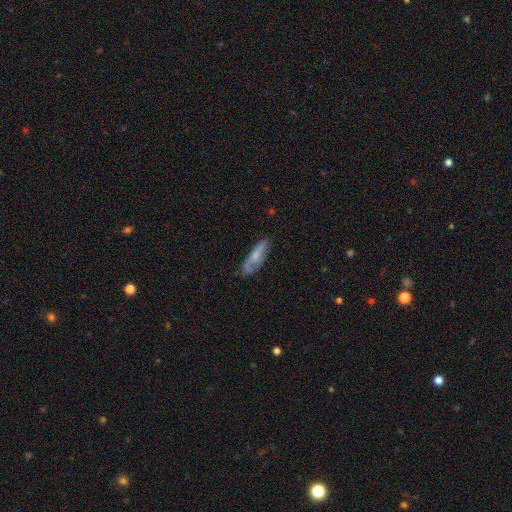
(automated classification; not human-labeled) Overall: smooth (54%; featured or disk 39%). How rounded: cigar-shaped (63%; in between 35%). Merging: none (66%).